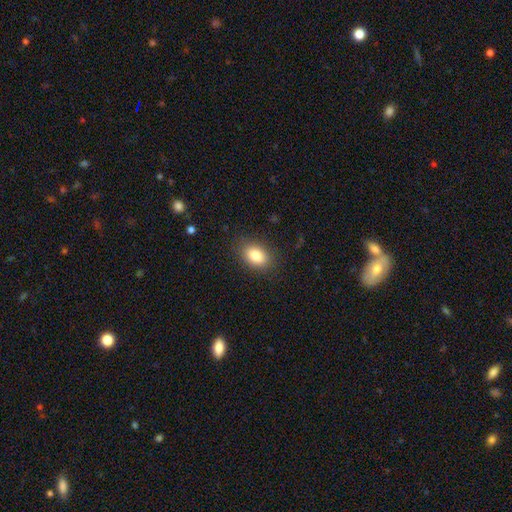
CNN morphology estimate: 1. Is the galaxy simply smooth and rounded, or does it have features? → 85% smooth, 8% star or artifact, 7% featured or disk.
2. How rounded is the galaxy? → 84% in between, 15% round, 1% cigar-shaped.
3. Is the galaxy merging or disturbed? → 85% none, 11% minor disturbance, 3% major disturbance, 1% merger.